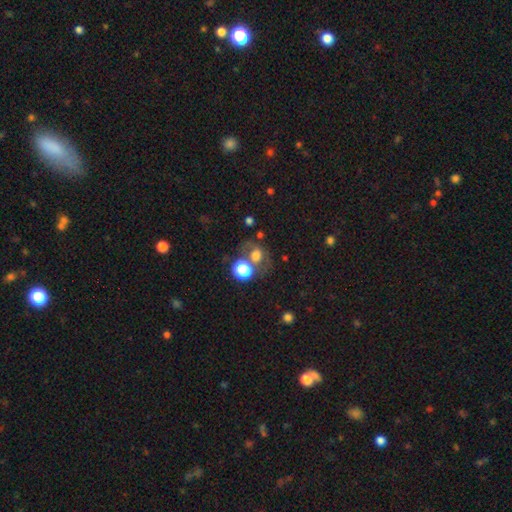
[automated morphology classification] Smooth or featured? smooth (60%)
How rounded? round (64%)
Merging? none (48%)